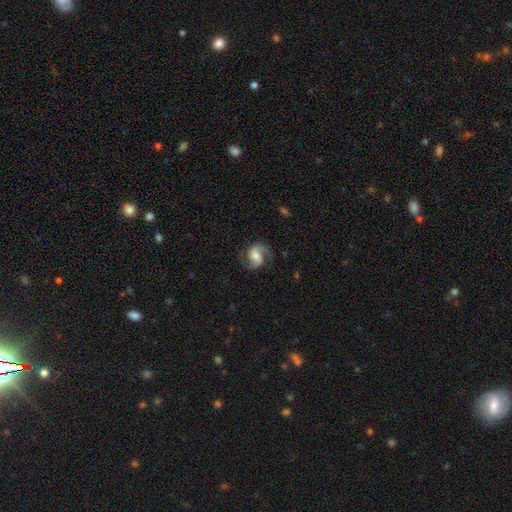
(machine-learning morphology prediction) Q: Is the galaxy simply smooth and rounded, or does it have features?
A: featured or disk — 85%.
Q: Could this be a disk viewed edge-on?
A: no — 98%.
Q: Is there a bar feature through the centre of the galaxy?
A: weak — 45%.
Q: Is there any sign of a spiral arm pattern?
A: yes — 97%.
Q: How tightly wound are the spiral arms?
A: medium — 55%.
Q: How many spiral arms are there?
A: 2 — 92%.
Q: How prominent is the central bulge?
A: moderate — 57%.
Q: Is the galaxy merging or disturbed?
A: none — 80%.